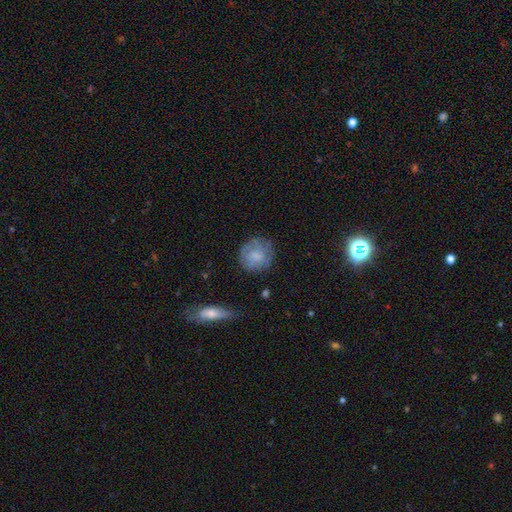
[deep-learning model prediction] This is possibly a smooth galaxy (59%). How rounded: clearly round (87%). Merging: likely none (70%).